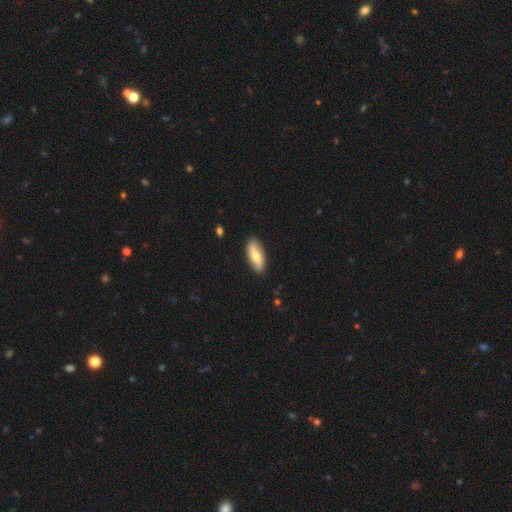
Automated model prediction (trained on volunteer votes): The model was most divided on "smooth or featured": smooth: 62%, featured or disk: 32%, star or artifact: 5%. More confident: merging — none (87%); how rounded — in between (79%).